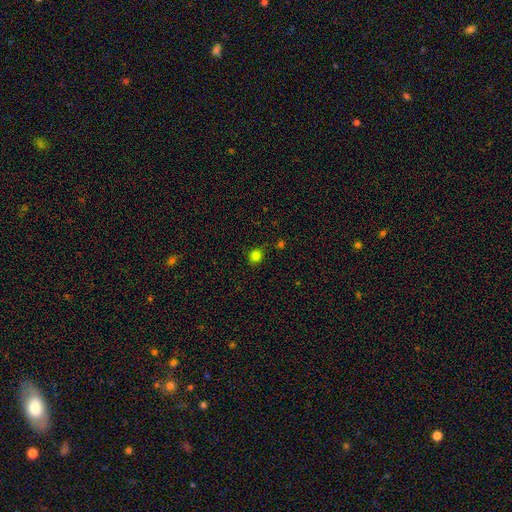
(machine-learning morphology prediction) A smooth galaxy with no disk features (81%) that is round (84%).

Vote fractions:
- Smooth or featured? smooth: 81% / star or artifact: 15% / featured or disk: 4%
- How rounded? round: 84% / in between: 15% / cigar-shaped: 1%
- Merging? none: 83% / minor disturbance: 11% / merger: 3% / major disturbance: 3%